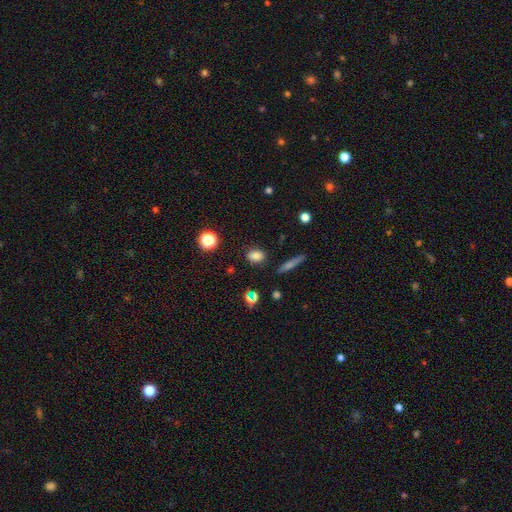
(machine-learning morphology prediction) type=smooth (79%); roundness=in between (67%); merging=none (83%).